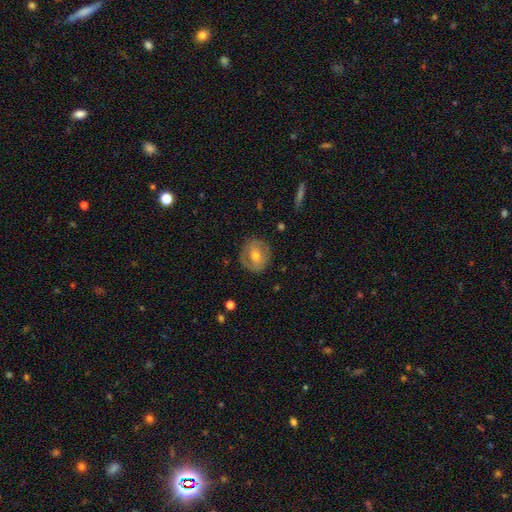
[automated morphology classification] Smooth or featured?
  - smooth: 47% *
  - featured or disk: 46%
  - star or artifact: 7%
Merging?
  - none: 79% *
  - minor disturbance: 15%
  - major disturbance: 5%
  - merger: 1%